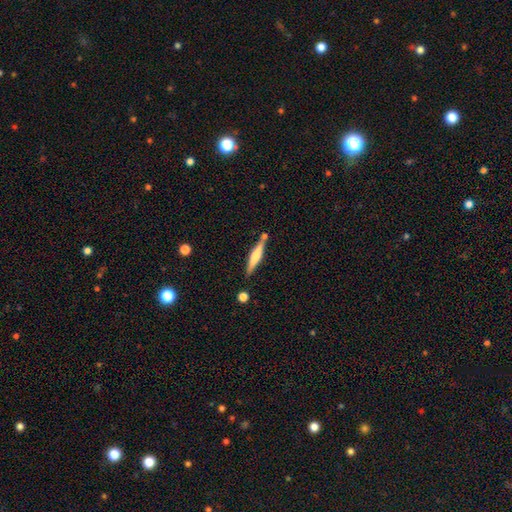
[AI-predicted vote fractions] A featured or disk galaxy (55%) viewed edge-on (97%) with a rounded central bulge (69%).

Vote fractions:
- Smooth or featured? featured or disk: 55% / smooth: 39% / star or artifact: 6%
- Edge-on disk? yes: 97% / no: 3%
- Edge-on bulge? rounded: 69% / boxy: 18% / none: 13%
- Merging? none: 80% / minor disturbance: 11% / merger: 6% / major disturbance: 2%